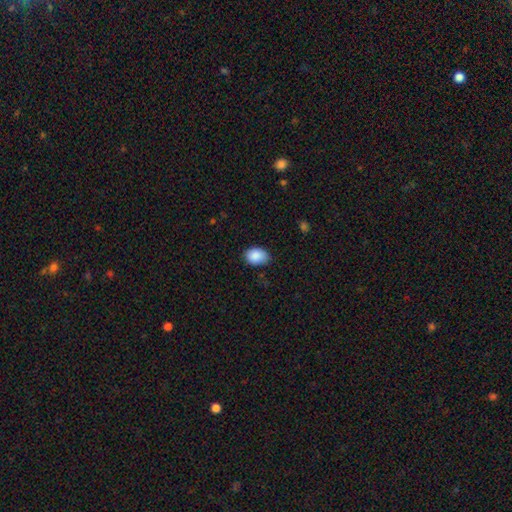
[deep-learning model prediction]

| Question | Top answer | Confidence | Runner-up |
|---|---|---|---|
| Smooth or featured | smooth | 89% | star or artifact (7%) |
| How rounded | in between | 78% | round (21%) |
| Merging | none | 74% | minor disturbance (22%) |